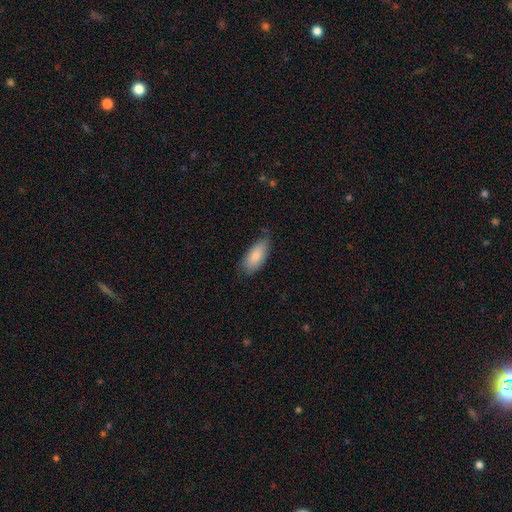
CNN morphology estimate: smooth-or-featured: smooth: 83% | featured or disk: 11% | star or artifact: 6%
  how-rounded: in between: 89% | cigar-shaped: 9% | round: 2%
  merging: none: 71% | minor disturbance: 24% | major disturbance: 4% | merger: 1%